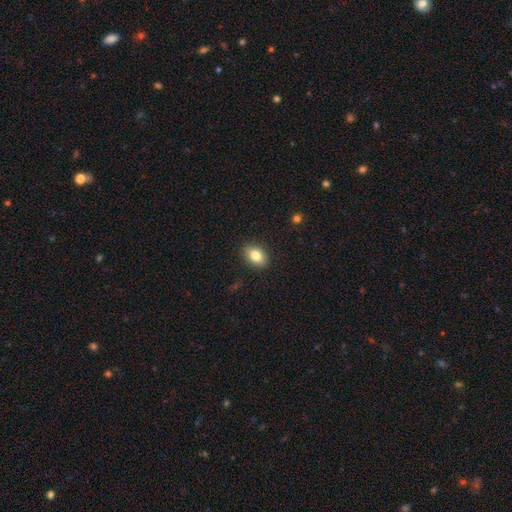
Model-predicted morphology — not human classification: Smooth or featured: smooth — 81% (featured or disk — 10%)
How rounded: in between — 83% (round — 15%)
Merging: none — 88% (minor disturbance — 9%)